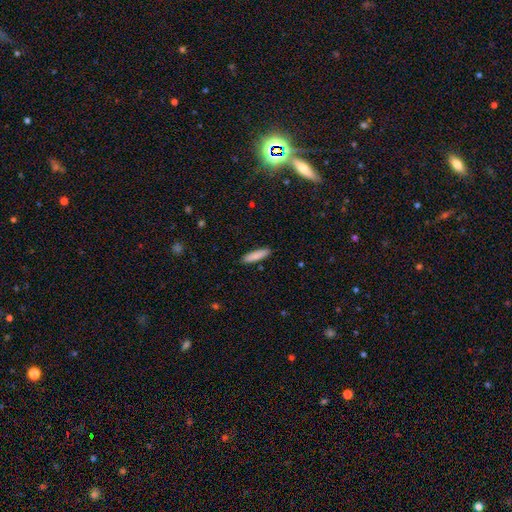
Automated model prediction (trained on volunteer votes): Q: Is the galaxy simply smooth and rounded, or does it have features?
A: smooth — 85%.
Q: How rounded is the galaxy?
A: cigar-shaped — 77%.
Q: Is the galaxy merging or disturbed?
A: none — 89%.